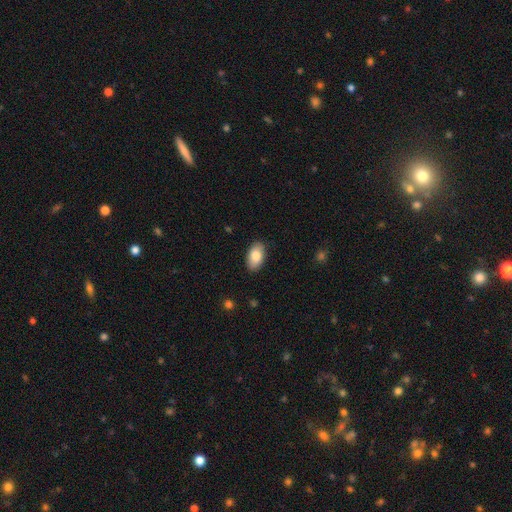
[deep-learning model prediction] A smooth galaxy with no disk features (83%) that is in between round and cigar-shaped (94%). Merging: none (87%).